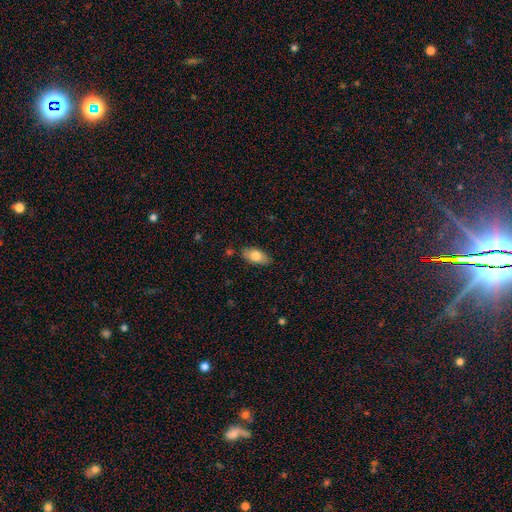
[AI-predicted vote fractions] smooth-or-featured: smooth: 77% | featured or disk: 17% | star or artifact: 7%
  how-rounded: in between: 90% | cigar-shaped: 6% | round: 4%
  merging: none: 82% | minor disturbance: 13% | major disturbance: 3% | merger: 2%